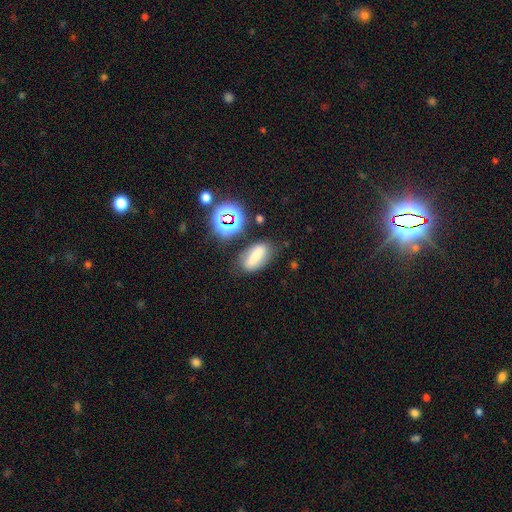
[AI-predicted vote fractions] This appears to be a smooth galaxy with no disk features (65%) that is in between round and cigar-shaped (70%). Merging: none (67%).